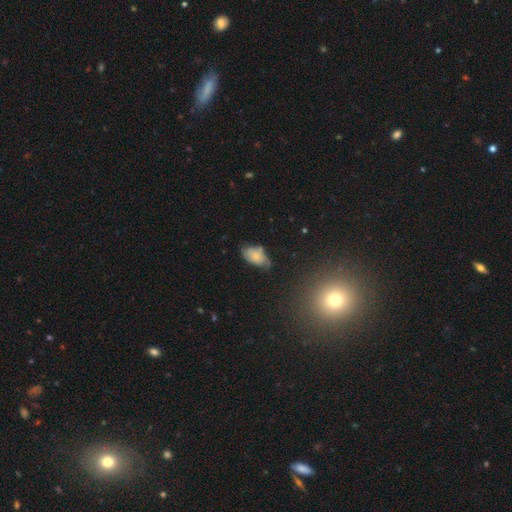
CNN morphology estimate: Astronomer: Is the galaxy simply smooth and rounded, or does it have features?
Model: smooth — 62%.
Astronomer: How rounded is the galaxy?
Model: in between — 92%.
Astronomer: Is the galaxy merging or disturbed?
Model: none — 51% (runner-up: minor disturbance, 34%).